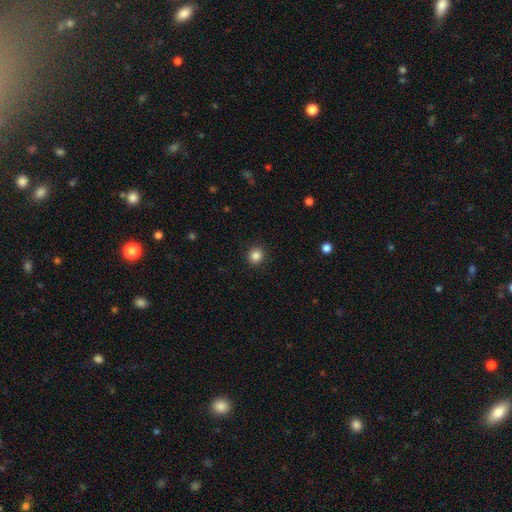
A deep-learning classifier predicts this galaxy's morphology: The model was most divided on "smooth or featured": smooth: 85%, star or artifact: 11%, featured or disk: 4%. More confident: merging — none (92%); how rounded — round (91%).